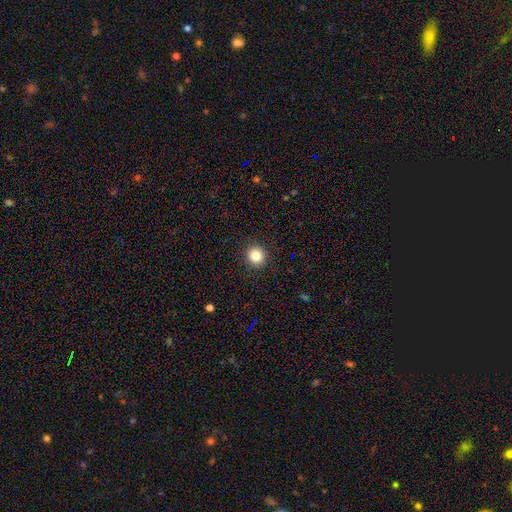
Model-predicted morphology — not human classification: Overall: smooth (86%). How rounded: round (90%). Merging: none (92%).